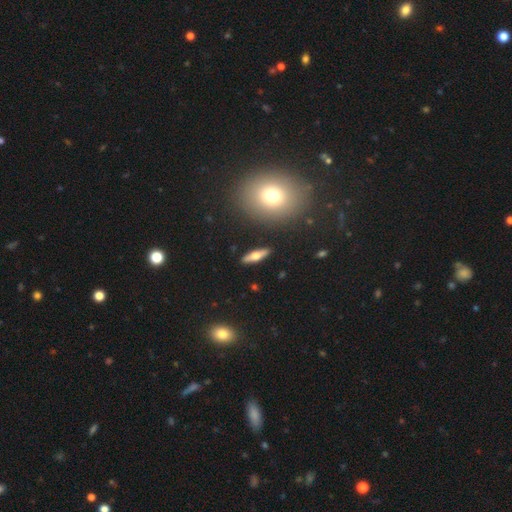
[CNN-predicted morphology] Smooth or featured?
  - smooth: 48% *
  - featured or disk: 45%
  - star or artifact: 7%
Merging?
  - none: 89% *
  - minor disturbance: 7%
  - merger: 2%
  - major disturbance: 2%